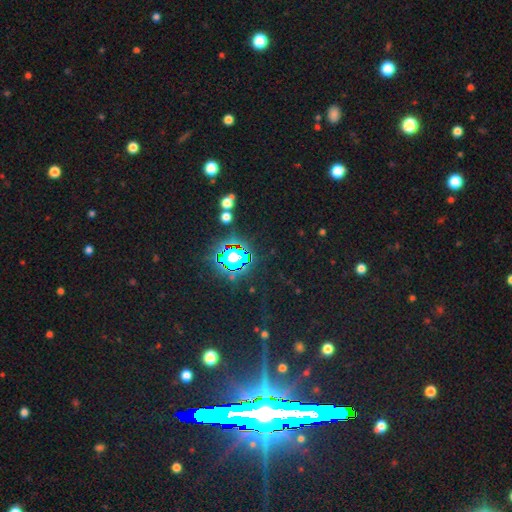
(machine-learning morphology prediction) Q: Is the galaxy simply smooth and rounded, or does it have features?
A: star or artifact — 82%.